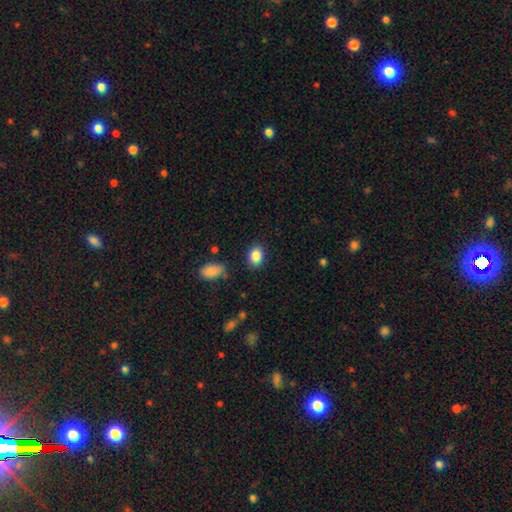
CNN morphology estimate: smooth 86%, star or artifact 9%, featured or disk 6%. Down the decision tree: how rounded — in between (68%); merging — none (85%).